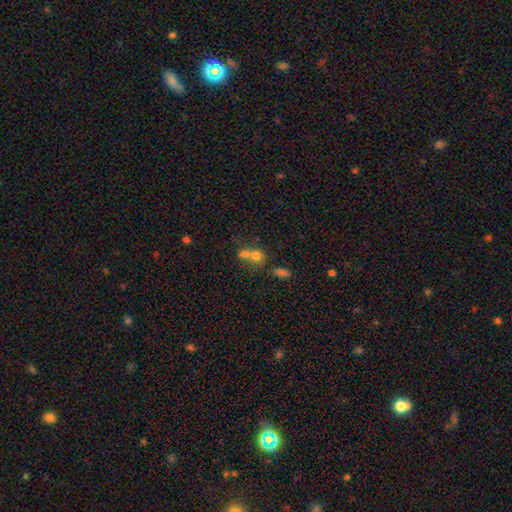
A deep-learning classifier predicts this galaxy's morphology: This is likely a smooth galaxy (71%). How rounded: likely round (69%). Merging: possibly merger (59%).